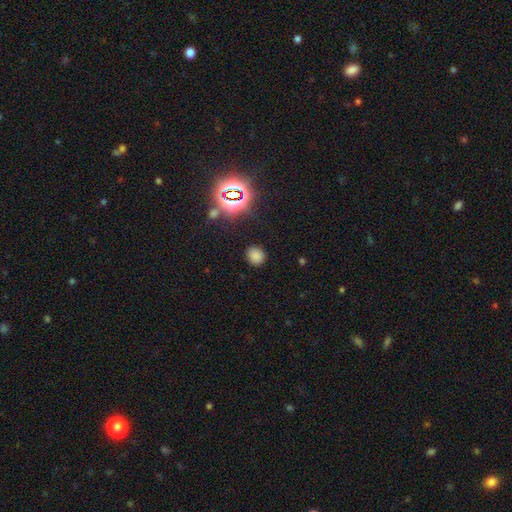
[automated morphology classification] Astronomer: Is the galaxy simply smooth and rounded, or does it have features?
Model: smooth — 74%.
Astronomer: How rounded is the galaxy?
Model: round — 80%.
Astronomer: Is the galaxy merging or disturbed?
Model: none — 87%.